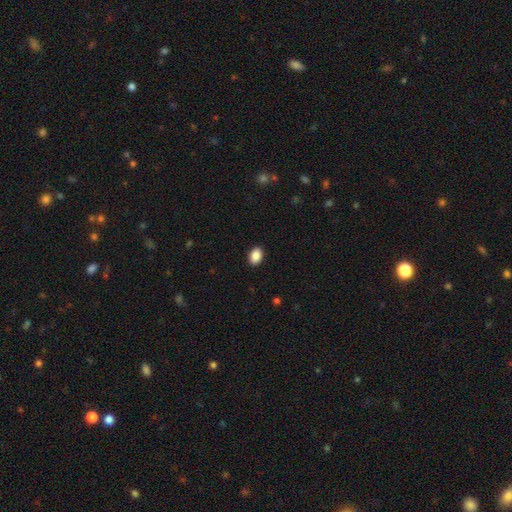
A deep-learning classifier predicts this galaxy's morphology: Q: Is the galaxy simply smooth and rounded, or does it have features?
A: smooth — 89%.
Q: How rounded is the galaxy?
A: in between — 83%.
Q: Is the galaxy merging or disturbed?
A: none — 91%.